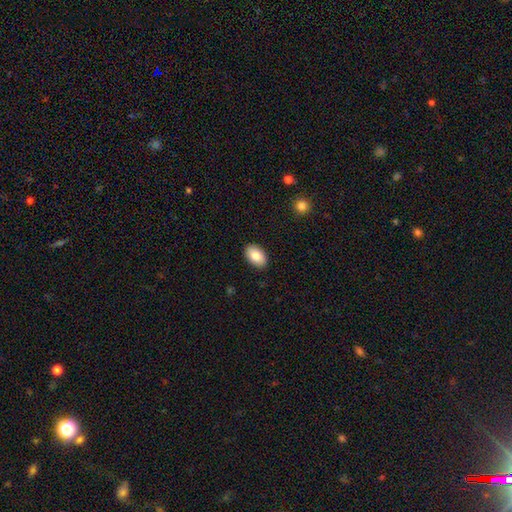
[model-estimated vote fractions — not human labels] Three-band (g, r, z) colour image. It shows a smooth galaxy with no disk features (85%) that is in between round and cigar-shaped (92%). Merging: none (90%).